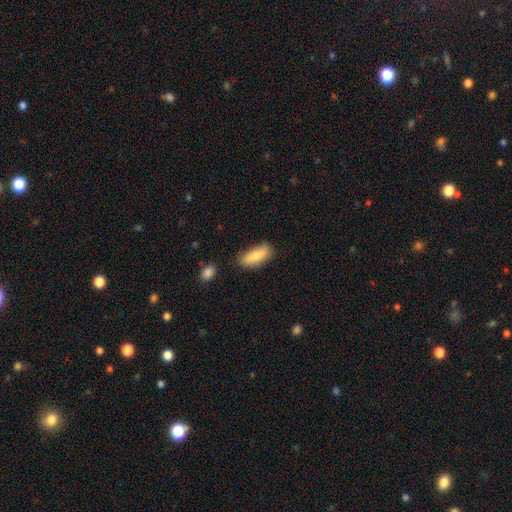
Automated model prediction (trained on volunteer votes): smooth-or-featured: smooth: 77% | featured or disk: 17% | star or artifact: 6%
  how-rounded: in between: 73% | cigar-shaped: 25% | round: 3%
  merging: none: 74% | minor disturbance: 19% | merger: 4% | major disturbance: 4%